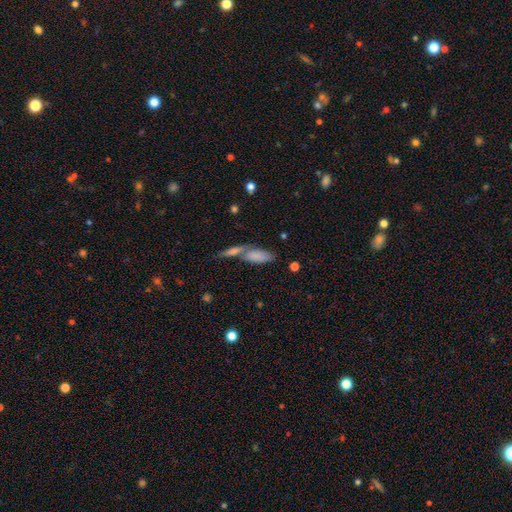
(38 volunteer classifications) This appears to be a smooth galaxy with no disk features (92%) that is in between round and cigar-shaped (83%). Merging: none (44%, tied with merger).